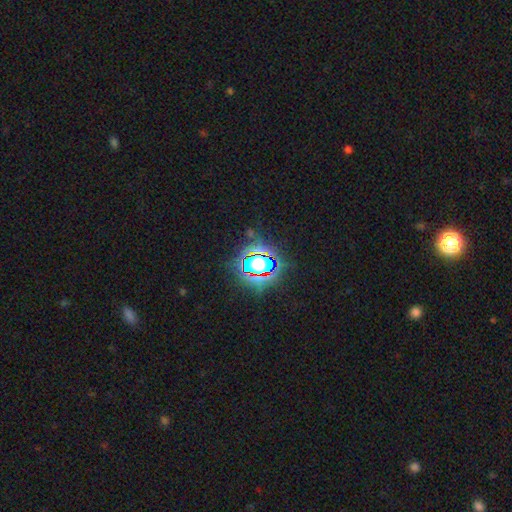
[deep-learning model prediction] smooth_or_featured: star or artifact (p=0.80) [alt: smooth p=0.13]